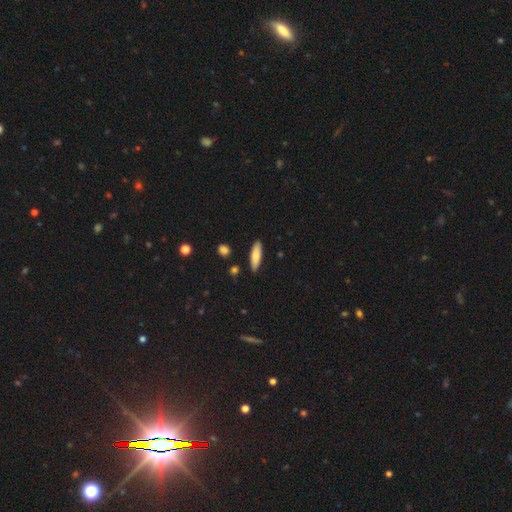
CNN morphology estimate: type=smooth (78%); roundness=cigar-shaped (58%); merging=none (88%).